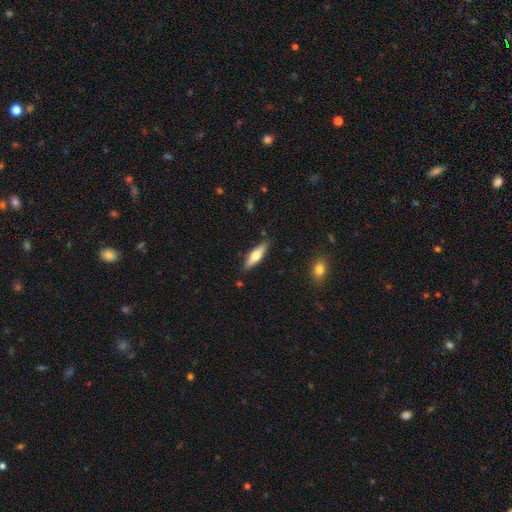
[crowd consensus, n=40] A featured or disk galaxy (55%) viewed edge-on (91%) with a rounded central bulge (100%).

Vote fractions:
- Smooth or featured? featured or disk: 55% / smooth: 40% / star or artifact: 5%
- Edge-on disk? yes: 91% / no: 9%
- Edge-on bulge? rounded: 100% / boxy: 0% / none: 0%
- Merging? none: 84% / minor disturbance: 16% / major disturbance: 0% / merger: 0%